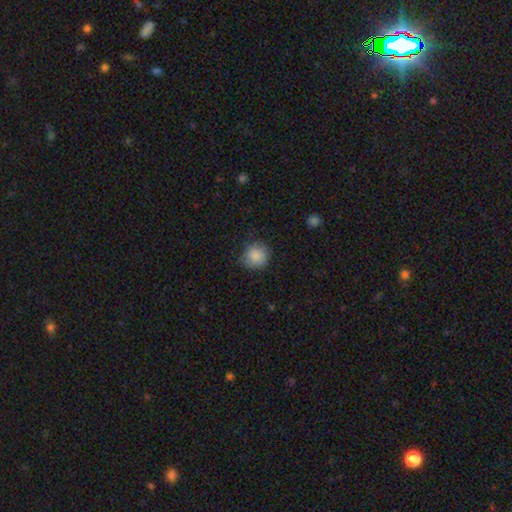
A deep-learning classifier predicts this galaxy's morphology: Smooth or featured?
  - smooth: 87% *
  - star or artifact: 8%
  - featured or disk: 5%
How rounded?
  - round: 90% *
  - in between: 9%
  - cigar-shaped: 1%
Merging?
  - none: 77% *
  - minor disturbance: 18%
  - major disturbance: 4%
  - merger: 1%